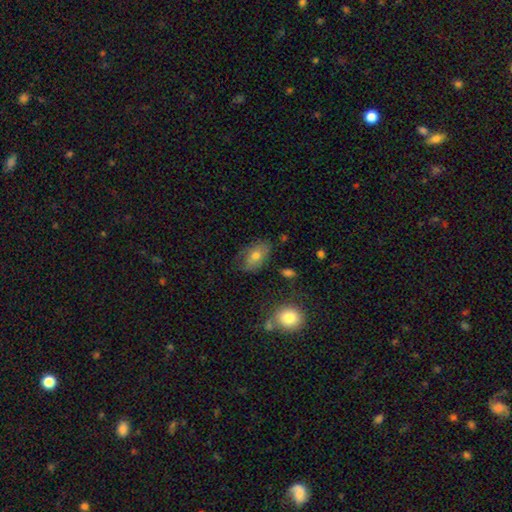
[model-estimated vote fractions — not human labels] Smooth or featured? smooth (70%)
How rounded? in between (88%)
Merging? none (67%)